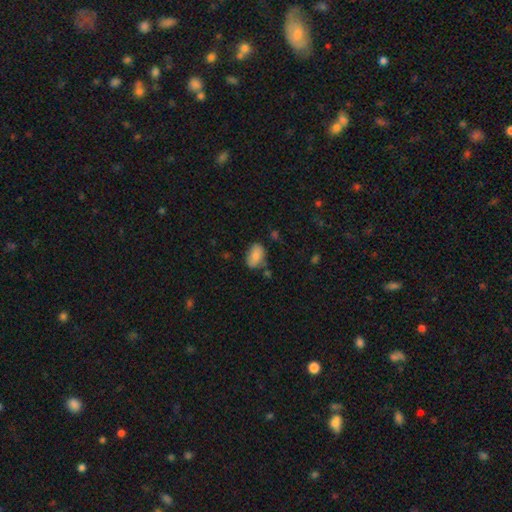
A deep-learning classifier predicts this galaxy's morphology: Q: Smooth or featured?
A: smooth (82%); runner-up: featured or disk (11%)
Q: How rounded?
A: in between (88%); runner-up: round (11%)
Q: Merging?
A: none (67%); runner-up: minor disturbance (22%)